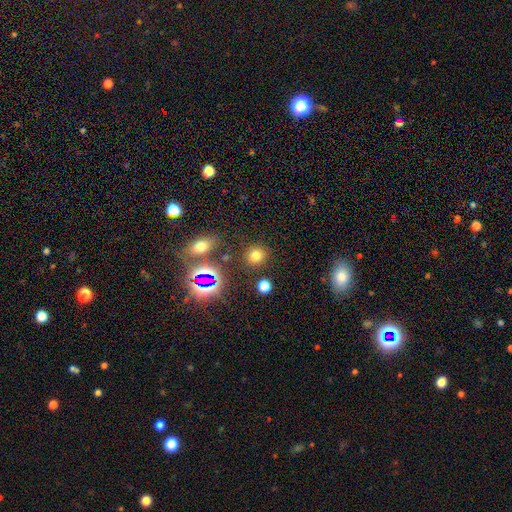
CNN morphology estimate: smooth-or-featured: smooth: 71% | star or artifact: 22% | featured or disk: 7%
  how-rounded: round: 85% | in between: 14% | cigar-shaped: 1%
  merging: none: 85% | minor disturbance: 8% | merger: 4% | major disturbance: 3%